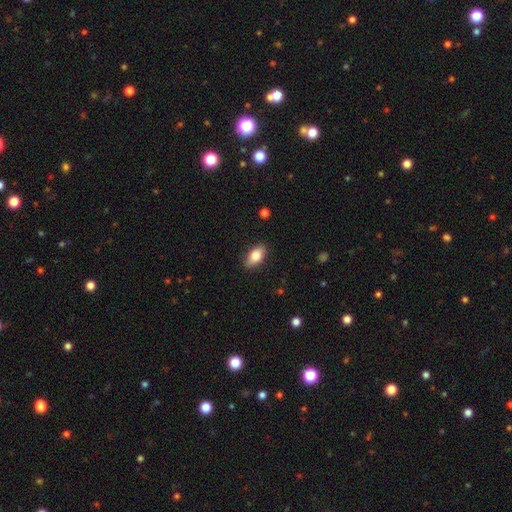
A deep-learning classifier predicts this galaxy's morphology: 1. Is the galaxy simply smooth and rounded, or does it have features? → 81% smooth, 12% featured or disk, 7% star or artifact.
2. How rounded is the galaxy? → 89% in between, 6% cigar-shaped, 5% round.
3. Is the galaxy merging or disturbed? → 87% none, 10% minor disturbance, 2% major disturbance, 1% merger.